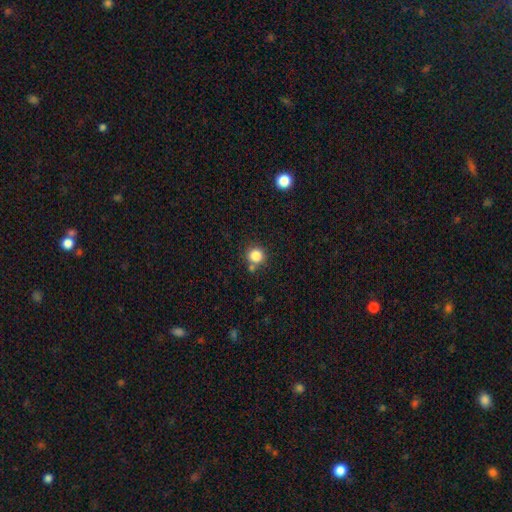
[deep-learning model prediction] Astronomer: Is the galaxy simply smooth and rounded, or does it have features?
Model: smooth — 84%.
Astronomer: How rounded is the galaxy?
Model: round — 93%.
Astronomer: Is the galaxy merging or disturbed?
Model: none — 76%.